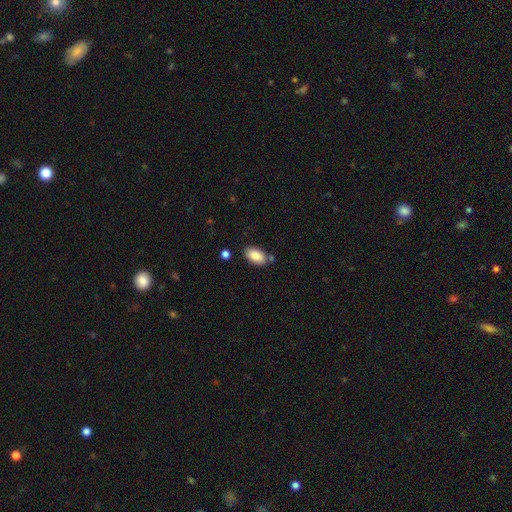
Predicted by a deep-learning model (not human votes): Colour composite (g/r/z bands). It shows a smooth galaxy with no disk features (88%) that is in between round and cigar-shaped (94%). Merging: none (76%).